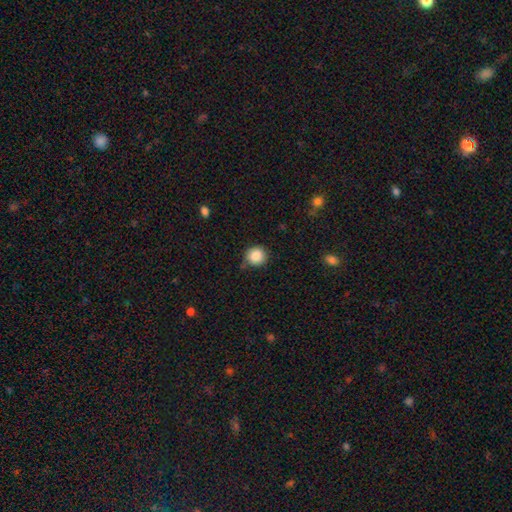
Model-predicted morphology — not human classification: smooth 86%, star or artifact 9%, featured or disk 4%. Down the decision tree: how rounded — round (91%); merging — none (80%).